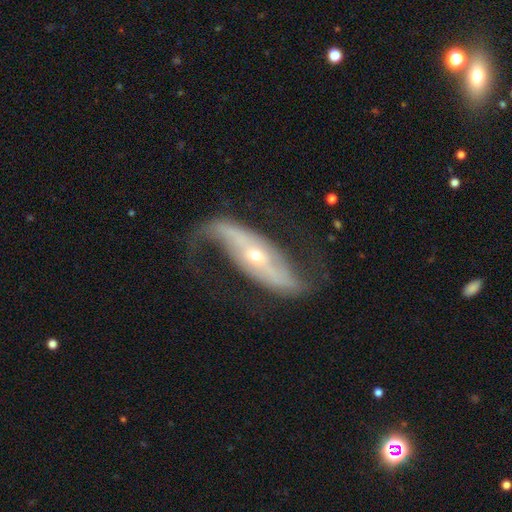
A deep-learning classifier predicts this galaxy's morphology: Q: Smooth or featured?
A: featured or disk (87%); runner-up: smooth (7%)
Q: Edge-on disk?
A: no (89%); runner-up: yes (11%)
Q: Bar?
A: strong (40%); runner-up: no (37%)
Q: Spiral arms?
A: yes (94%); runner-up: no (6%)
Q: Spiral winding?
A: loose (71%); runner-up: medium (21%)
Q: Spiral arm count?
A: 2 (91%); runner-up: can't tell (3%)
Q: Bulge size?
A: small (67%); runner-up: moderate (29%)
Q: Merging?
A: none (67%); runner-up: minor disturbance (16%)